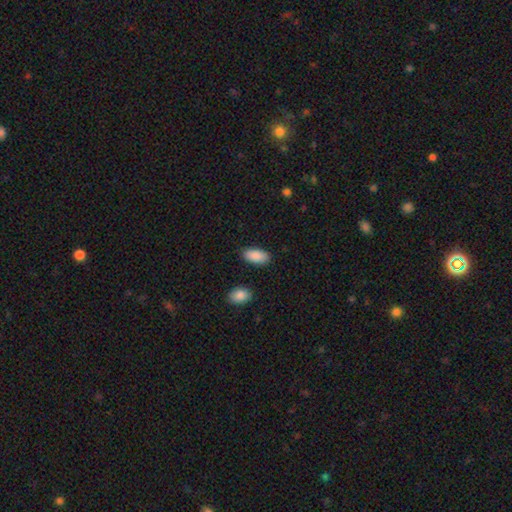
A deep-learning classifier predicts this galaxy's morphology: smooth 90%, star or artifact 6%, featured or disk 4%. Down the decision tree: how rounded — in between (92%); merging — none (86%).